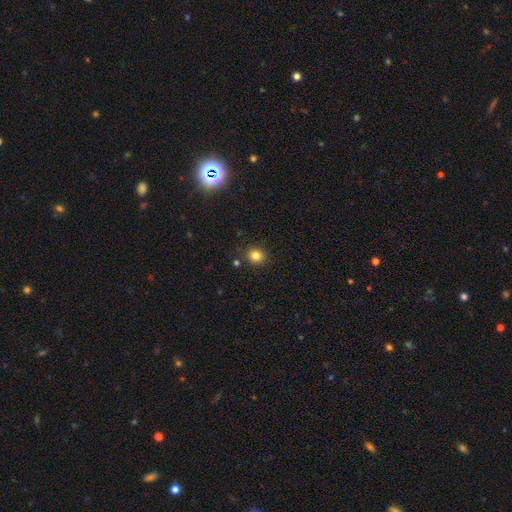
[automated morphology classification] Smooth or featured?
  - smooth: 81% *
  - star or artifact: 13%
  - featured or disk: 5%
How rounded?
  - round: 88% *
  - in between: 11%
  - cigar-shaped: 1%
Merging?
  - none: 86% *
  - minor disturbance: 8%
  - merger: 3%
  - major disturbance: 2%